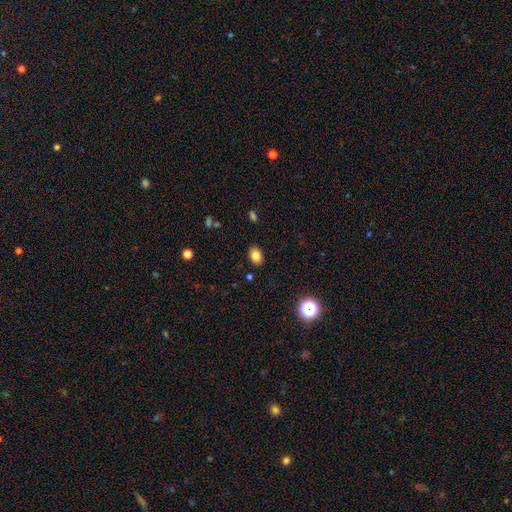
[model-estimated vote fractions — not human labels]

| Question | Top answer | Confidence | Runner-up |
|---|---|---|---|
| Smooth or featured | smooth | 81% | star or artifact (11%) |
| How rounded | in between | 74% | round (25%) |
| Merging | none | 88% | minor disturbance (9%) |